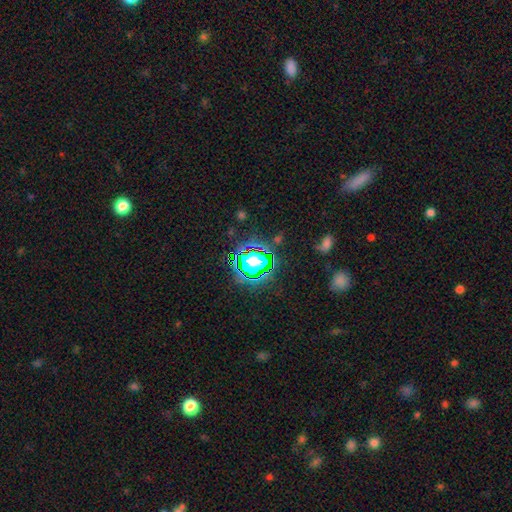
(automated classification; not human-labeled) Smooth or featured?
  - star or artifact: 66% *
  - smooth: 22%
  - featured or disk: 12%